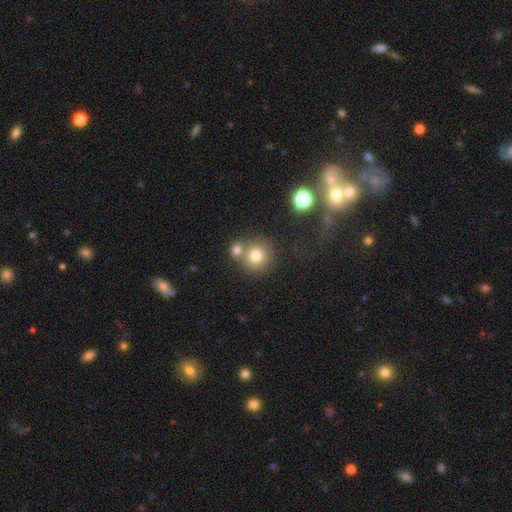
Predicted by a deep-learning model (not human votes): Morphology: type=smooth (75%); roundness=round (89%); merging=none (53%).